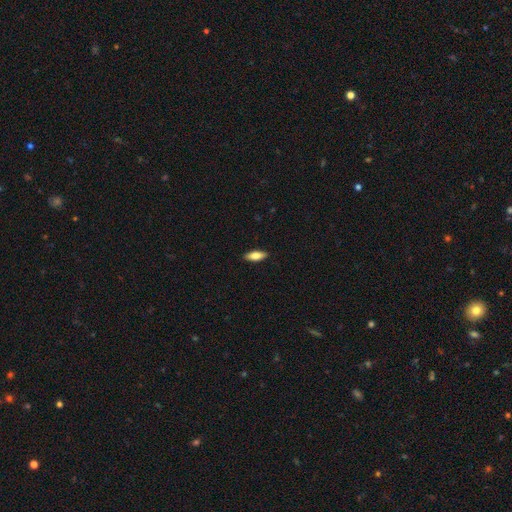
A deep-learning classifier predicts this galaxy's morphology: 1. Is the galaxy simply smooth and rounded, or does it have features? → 81% smooth, 13% featured or disk, 6% star or artifact.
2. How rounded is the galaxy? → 75% in between, 22% cigar-shaped, 2% round.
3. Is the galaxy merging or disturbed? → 89% none, 8% minor disturbance, 2% major disturbance, 1% merger.